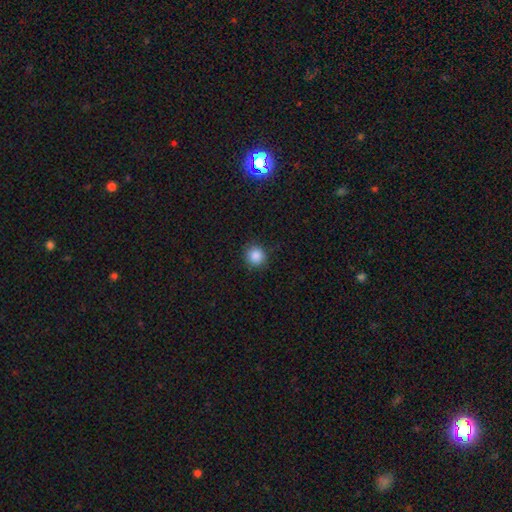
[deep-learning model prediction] The model was most divided on "smooth or featured": smooth: 87%, star or artifact: 10%, featured or disk: 3%. More confident: how rounded — round (92%); merging — none (89%).